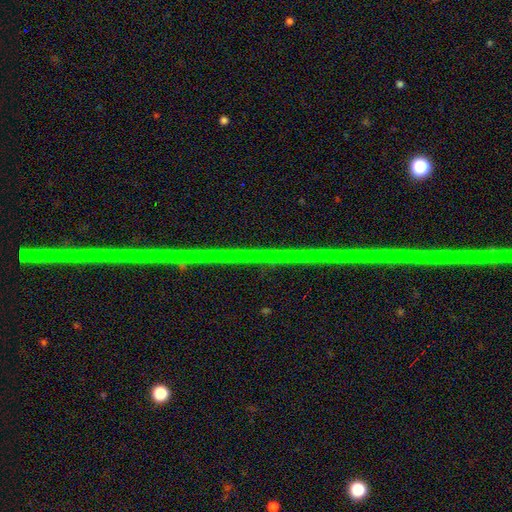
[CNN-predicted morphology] smooth-or-featured: star or artifact: 88% | featured or disk: 8% | smooth: 4%